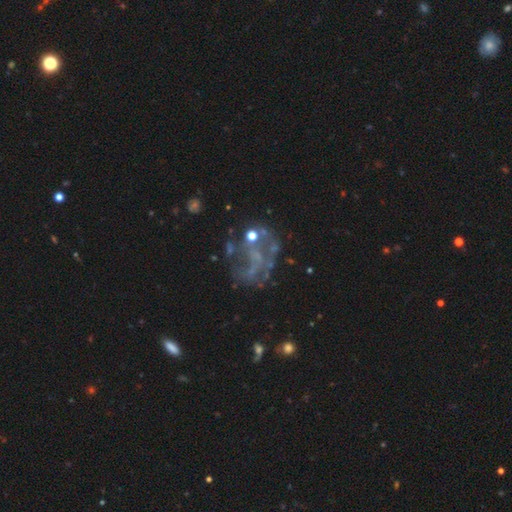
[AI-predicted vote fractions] This is likely a featured or disk galaxy (65%). It is clearly not viewed edge-on (98%). Bar: likely no (75%). Spiral arm pattern: possibly no (57%). Central bulge: likely none (62%). Merging: marginally none (42%).